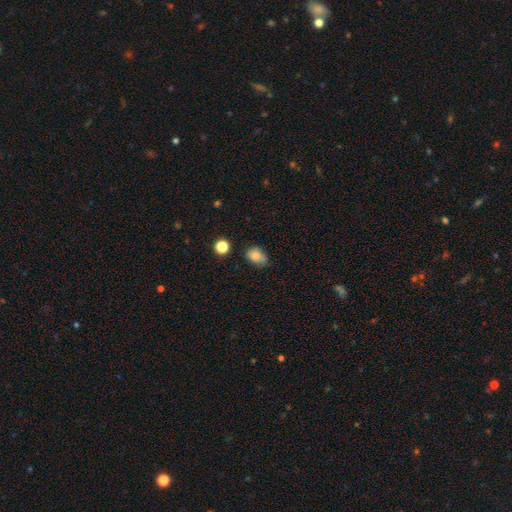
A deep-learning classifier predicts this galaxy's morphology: A smooth galaxy with no disk features (83%) that is in between round and cigar-shaped (76%). Merging: none (65%).